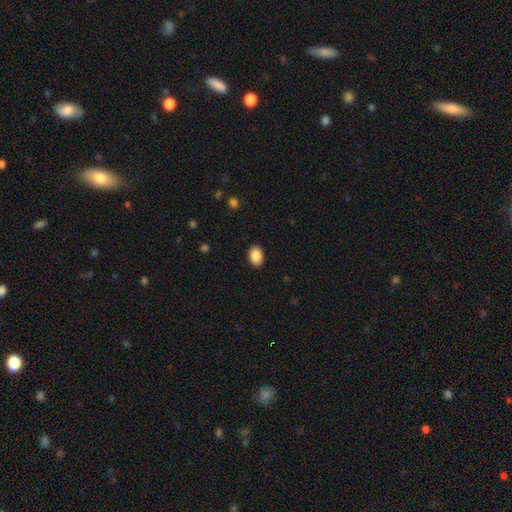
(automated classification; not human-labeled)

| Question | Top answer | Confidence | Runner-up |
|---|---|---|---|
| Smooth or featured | smooth | 89% | star or artifact (8%) |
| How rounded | in between | 79% | round (20%) |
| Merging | none | 90% | minor disturbance (7%) |